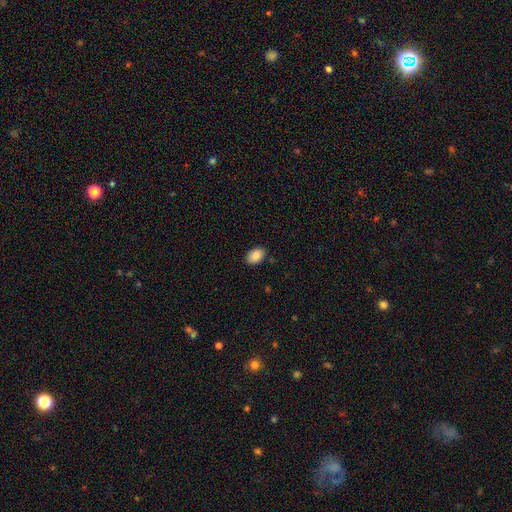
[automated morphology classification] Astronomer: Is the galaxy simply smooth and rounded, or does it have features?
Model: smooth — 88%.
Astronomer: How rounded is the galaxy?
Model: in between — 82%.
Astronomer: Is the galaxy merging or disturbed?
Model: none — 87%.